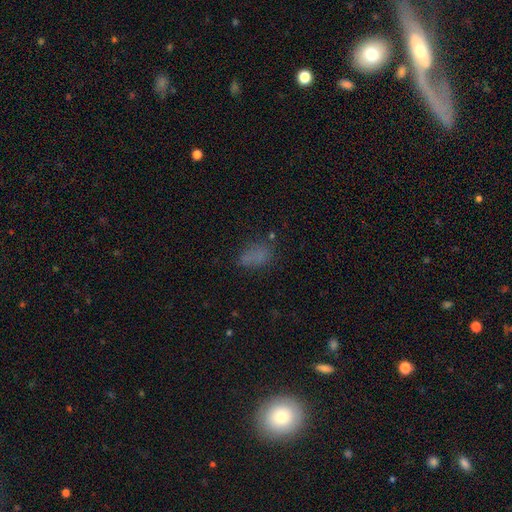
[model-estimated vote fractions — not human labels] Q: Smooth or featured?
A: smooth (71%); runner-up: star or artifact (18%)
Q: How rounded?
A: in between (85%); runner-up: round (9%)
Q: Merging?
A: none (61%); runner-up: minor disturbance (21%)